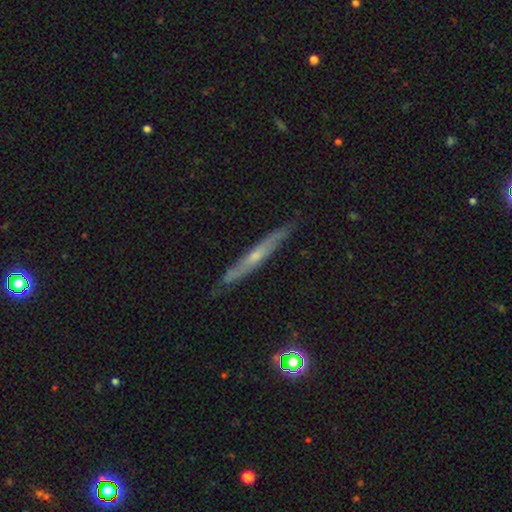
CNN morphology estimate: Smooth or featured: featured or disk — 65% (smooth — 27%)
Edge-on disk: yes — 93% (no — 7%)
Edge-on bulge: rounded — 56% (none — 40%)
Merging: none — 85% (minor disturbance — 12%)